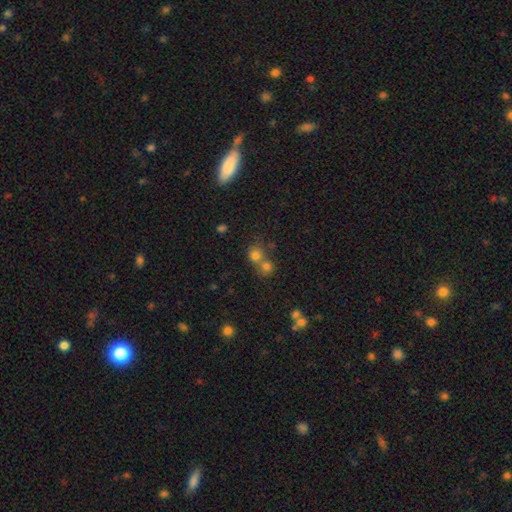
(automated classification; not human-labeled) Smooth or featured: smooth — 73% (star or artifact — 16%)
How rounded: round — 79% (in between — 20%)
Merging: merger — 55% (none — 36%)